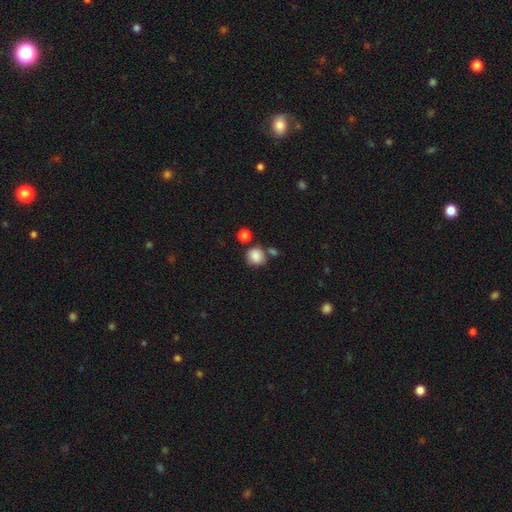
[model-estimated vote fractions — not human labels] The model was most divided on "merging": none: 65%, merger: 16%, minor disturbance: 14%, major disturbance: 5%. More confident: smooth or featured — smooth (86%); how rounded — round (83%).